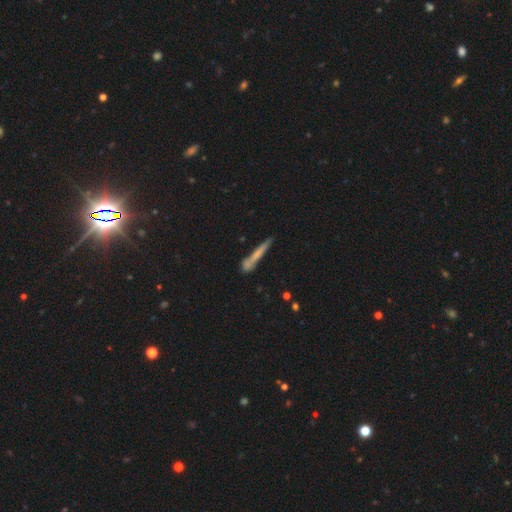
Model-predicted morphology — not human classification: This appears to be a smooth galaxy with no disk features (58%) that is cigar-shaped (95%). Merging: none (70%).